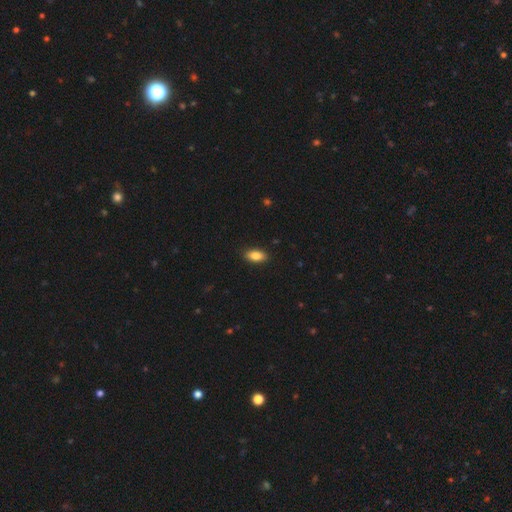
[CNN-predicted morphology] Overall: smooth (86%). How rounded: in between (90%). Merging: none (89%).